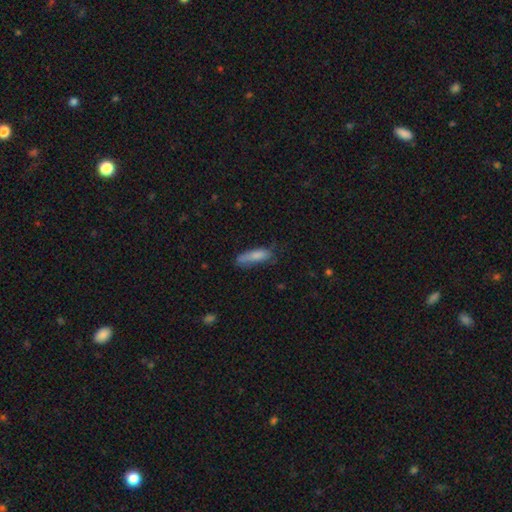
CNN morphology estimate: This appears to be a smooth galaxy with no disk features (80%) that is cigar-shaped (62%). Merging: none (55%).